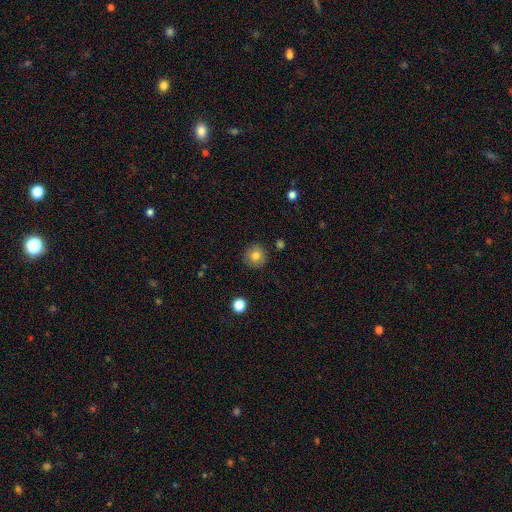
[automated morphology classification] smooth 81%, star or artifact 10%, featured or disk 9%. Down the decision tree: how rounded — round (94%); merging — none (89%).